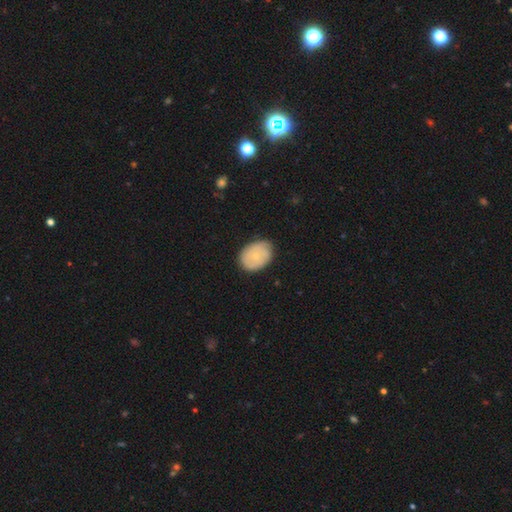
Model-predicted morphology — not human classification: This is possibly a smooth galaxy (58%). How rounded: likely in between (63%). Merging: likely none (76%).